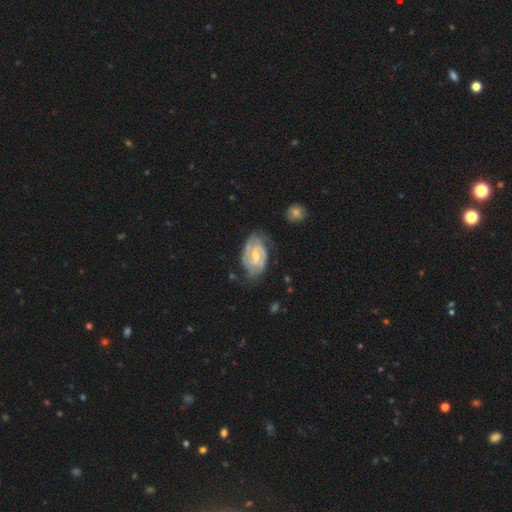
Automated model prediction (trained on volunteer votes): Smooth or featured? featured or disk (85%)
Edge-on disk? no (97%)
Bar? weak (59%)
Spiral arms? yes (96%)
Spiral winding? tight (52%)
Spiral arm count? 2 (75%)
Bulge size? moderate (49%)
Merging? none (66%)